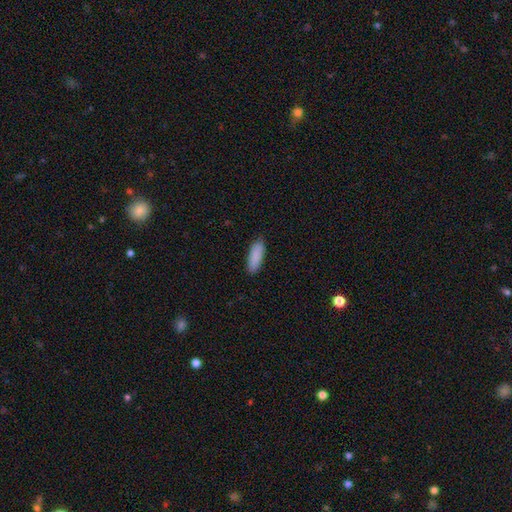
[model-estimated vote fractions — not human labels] smooth-or-featured: smooth: 89% | star or artifact: 6% | featured or disk: 5%
  how-rounded: in between: 63% | cigar-shaped: 35% | round: 2%
  merging: none: 86% | minor disturbance: 11% | major disturbance: 2% | merger: 1%